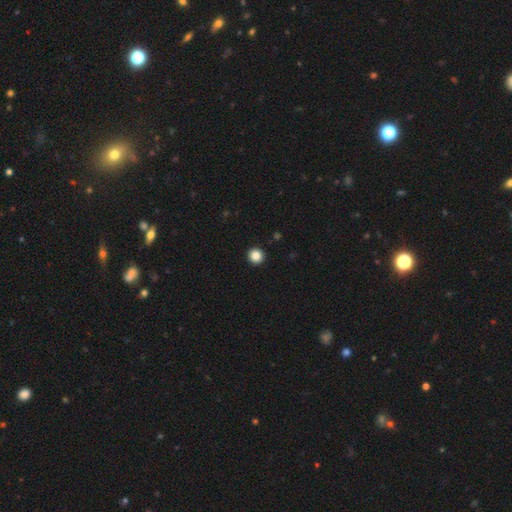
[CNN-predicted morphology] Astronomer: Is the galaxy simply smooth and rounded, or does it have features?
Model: smooth — 87%.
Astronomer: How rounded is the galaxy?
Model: round — 95%.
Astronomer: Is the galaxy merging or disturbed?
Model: none — 94%.